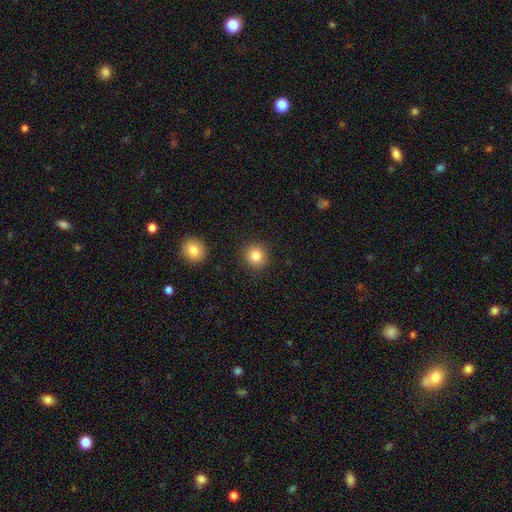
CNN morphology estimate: A smooth galaxy with no disk features (85%) that is round (88%).

Vote fractions:
- Smooth or featured? smooth: 85% / star or artifact: 10% / featured or disk: 6%
- How rounded? round: 88% / in between: 11% / cigar-shaped: 1%
- Merging? none: 89% / minor disturbance: 7% / major disturbance: 2% / merger: 2%